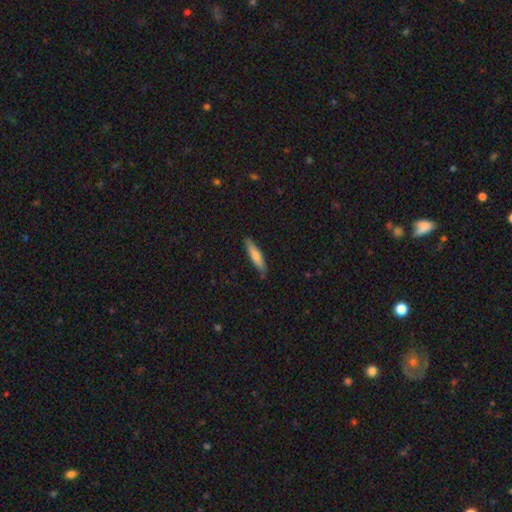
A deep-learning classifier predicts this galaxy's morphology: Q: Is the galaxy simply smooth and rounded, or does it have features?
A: smooth — 71%.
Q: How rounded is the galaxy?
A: cigar-shaped — 83%.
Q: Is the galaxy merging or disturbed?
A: none — 83%.